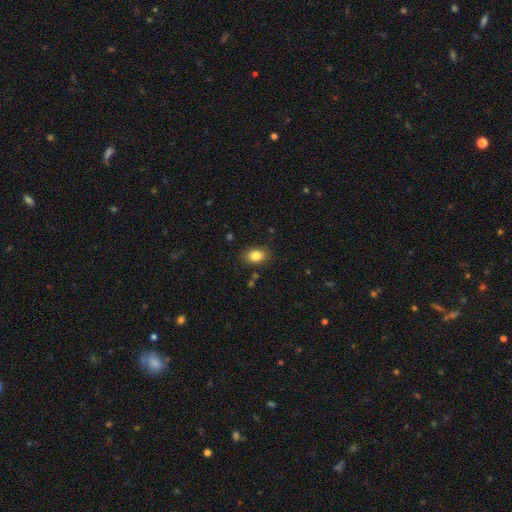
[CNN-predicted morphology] Smooth or featured? smooth (84%)
How rounded? in between (74%)
Merging? none (85%)